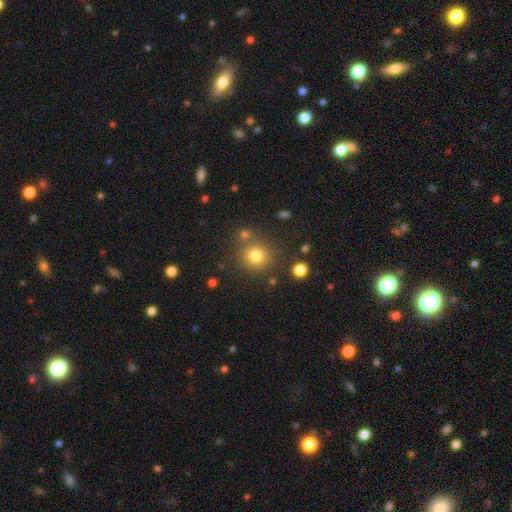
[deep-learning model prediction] This appears to be a smooth galaxy with no disk features (79%) that is round (90%). Merging: none (77%).